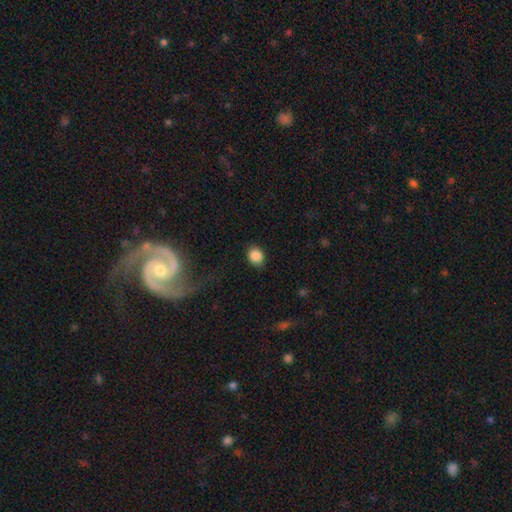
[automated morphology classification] Smooth or featured: smooth — 87% (star or artifact — 9%)
How rounded: round — 60% (in between — 39%)
Merging: none — 87% (minor disturbance — 9%)